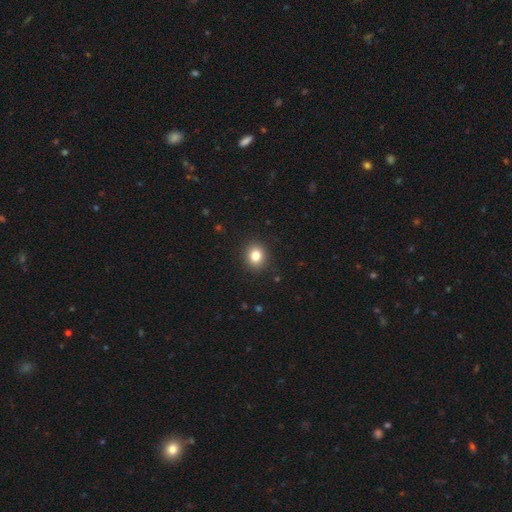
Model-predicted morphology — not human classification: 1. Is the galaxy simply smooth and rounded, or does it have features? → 82% smooth, 11% star or artifact, 7% featured or disk.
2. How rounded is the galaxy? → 74% round, 26% in between, 1% cigar-shaped.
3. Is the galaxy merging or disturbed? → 91% none, 6% minor disturbance, 2% major disturbance, 1% merger.